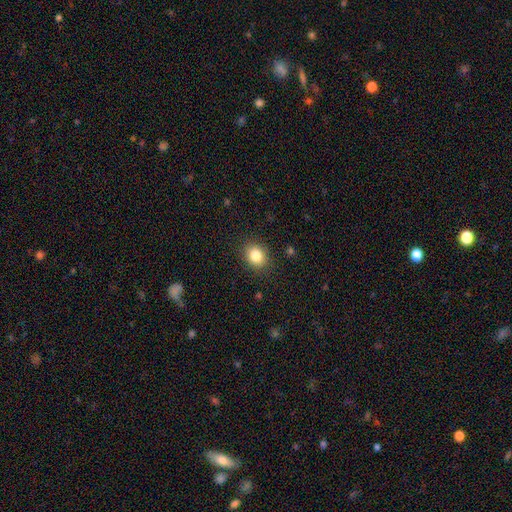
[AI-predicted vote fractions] A smooth galaxy with no disk features (84%) that is round (57%). Merging: none (88%).